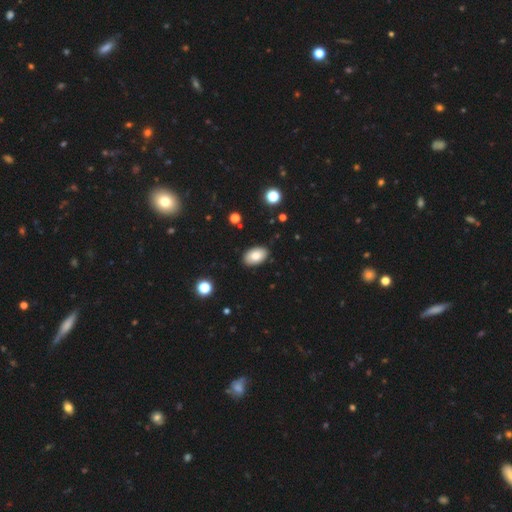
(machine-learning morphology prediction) A smooth galaxy with no disk features (82%) that is in between round and cigar-shaped (92%).

Vote fractions:
- Smooth or featured? smooth: 82% / featured or disk: 10% / star or artifact: 8%
- How rounded? in between: 92% / round: 7% / cigar-shaped: 1%
- Merging? none: 88% / minor disturbance: 9% / major disturbance: 2% / merger: 1%